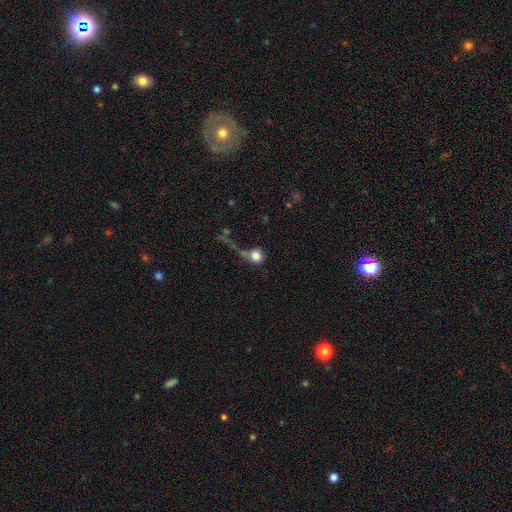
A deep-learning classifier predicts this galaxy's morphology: A smooth galaxy with no disk features (79%) that is round (87%).

Vote fractions:
- Smooth or featured? smooth: 79% / featured or disk: 10% / star or artifact: 10%
- How rounded? round: 87% / in between: 11% / cigar-shaped: 2%
- Merging? none: 40% / major disturbance: 26% / merger: 18% / minor disturbance: 16%